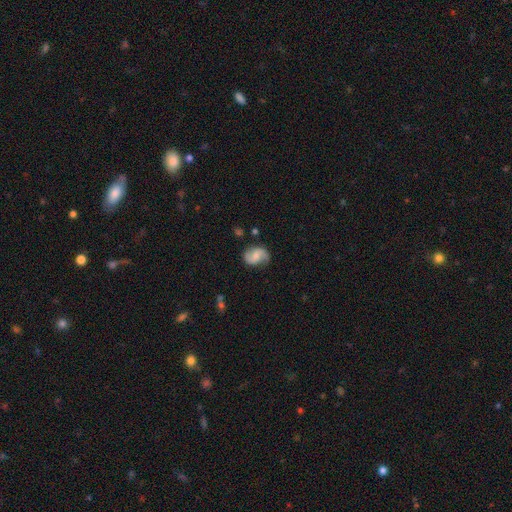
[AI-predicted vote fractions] featured or disk 72%, smooth 21%, star or artifact 7%. Down the decision tree: edge-on disk — no (98%); bar — no (47%); spiral arms — yes (94%); spiral arm count — 2 (91%); spiral winding — loose (45%); bulge size — small (45%); merging — none (77%).